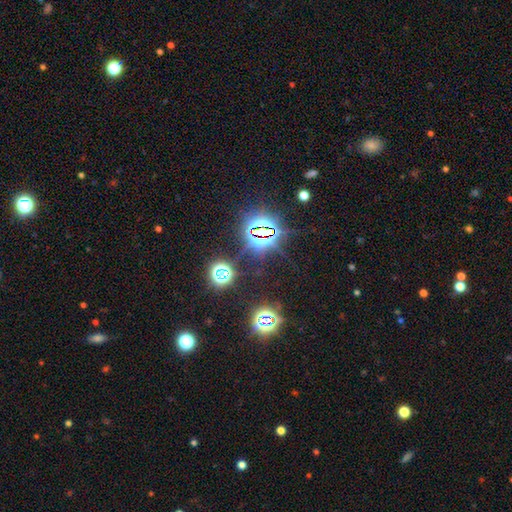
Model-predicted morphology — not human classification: This is clearly a star or artifact rather than a galaxy (82%).